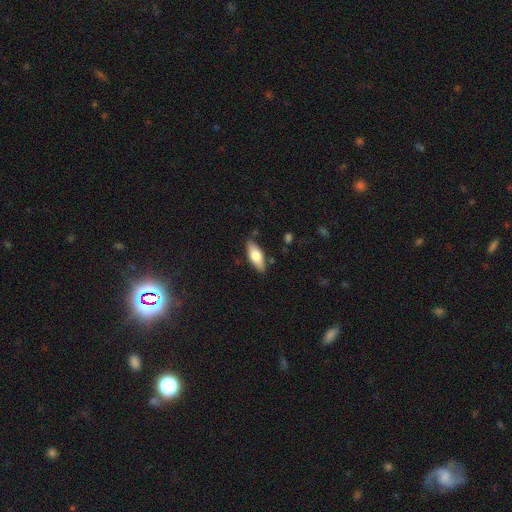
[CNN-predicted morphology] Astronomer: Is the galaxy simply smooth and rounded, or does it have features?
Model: smooth — 70%.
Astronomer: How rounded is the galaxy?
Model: in between — 76%.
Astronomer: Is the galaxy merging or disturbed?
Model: none — 83%.